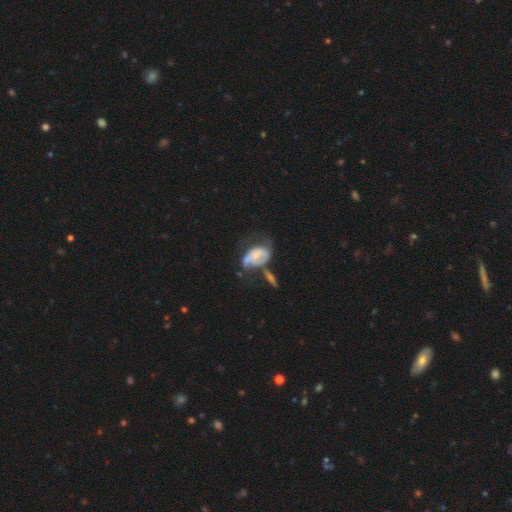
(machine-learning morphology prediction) Smooth or featured? featured or disk (60%)
Edge-on disk? no (95%)
Bar? no (68%)
Spiral arms? yes (64%)
Bulge size? small (49%)
Merging? major disturbance (31%)